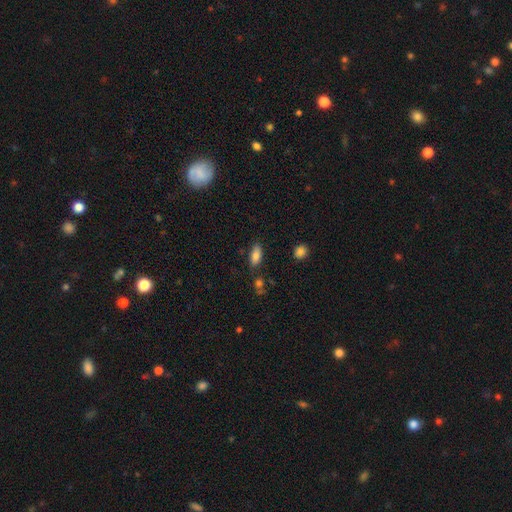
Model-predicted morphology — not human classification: smooth_or_featured: smooth (p=0.83) [alt: featured or disk p=0.09]
how_rounded: in between (p=0.85) [alt: cigar-shaped p=0.12]
merging: none (p=0.78) [alt: minor disturbance p=0.14]